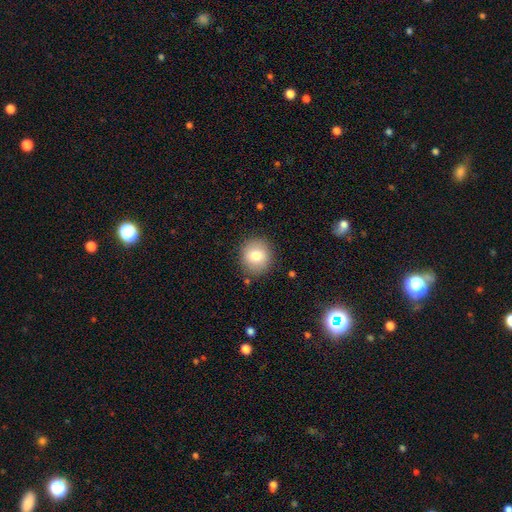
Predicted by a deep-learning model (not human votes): The model was most divided on "smooth or featured": smooth: 81%, featured or disk: 10%, star or artifact: 9%. More confident: merging — none (87%); how rounded — round (87%).